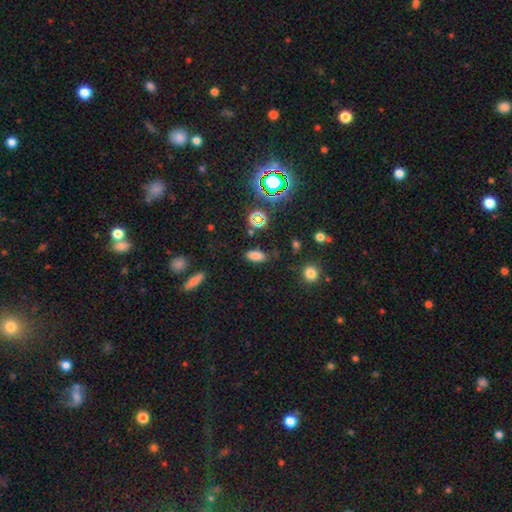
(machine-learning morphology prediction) A smooth galaxy with no disk features (75%) that is in between round and cigar-shaped (86%). Merging: none (82%).